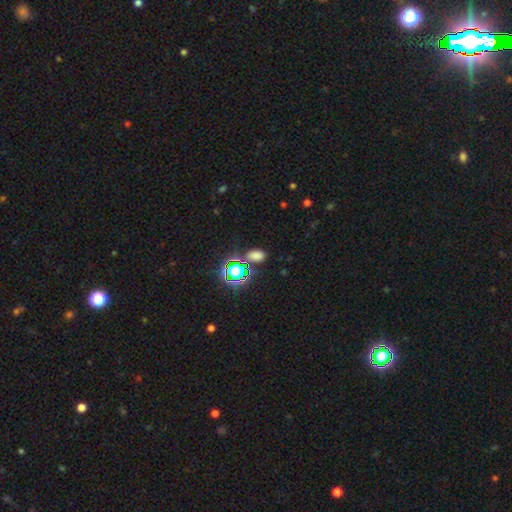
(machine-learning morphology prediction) A smooth galaxy with no disk features (66%) that is in between round and cigar-shaped (84%). Merging: none (78%).